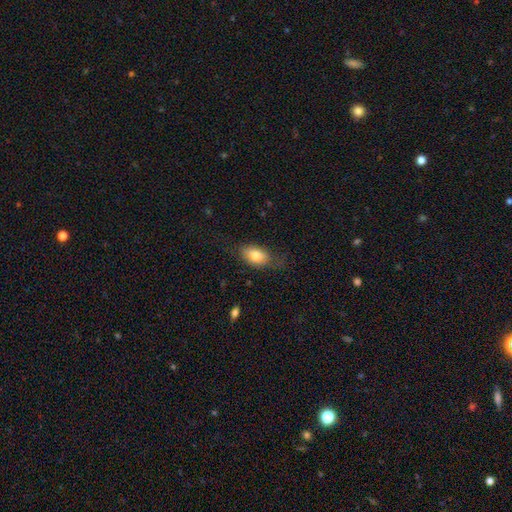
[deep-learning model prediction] The model was most divided on "merging": none: 63%, minor disturbance: 25%, major disturbance: 11%, merger: 1%. More confident: how rounded — in between (86%); smooth or featured — smooth (77%).